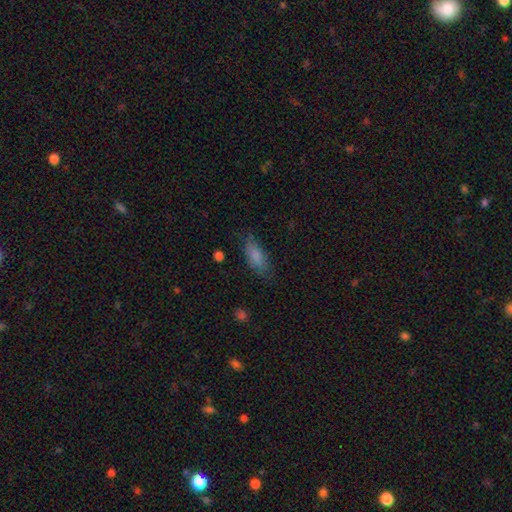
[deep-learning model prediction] Smooth or featured? smooth (83%)
How rounded? in between (78%)
Merging? none (74%)